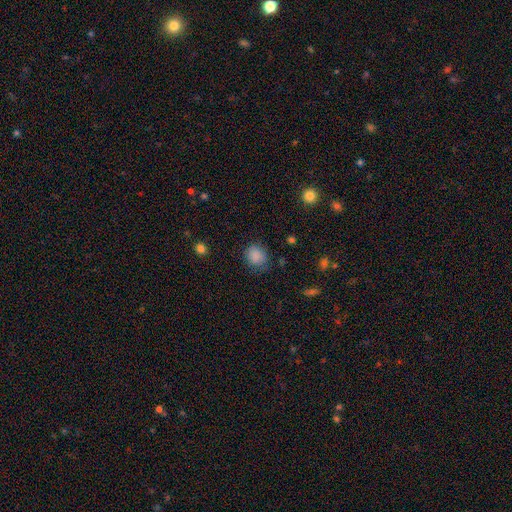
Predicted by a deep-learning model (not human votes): Q: Smooth or featured?
A: smooth (86%); runner-up: star or artifact (10%)
Q: How rounded?
A: round (72%); runner-up: in between (27%)
Q: Merging?
A: none (76%); runner-up: minor disturbance (17%)